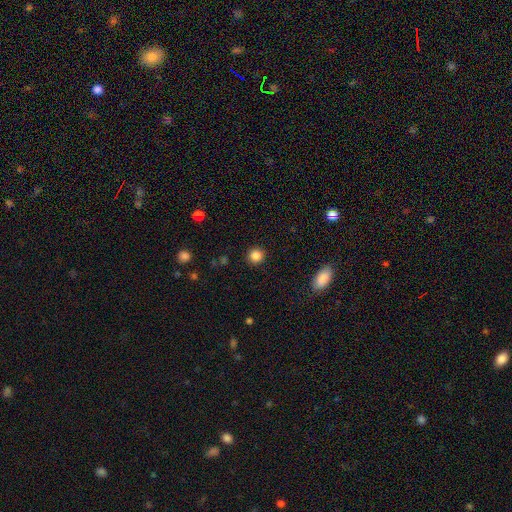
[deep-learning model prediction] The model was most divided on "smooth or featured": smooth: 86%, star or artifact: 11%, featured or disk: 4%. More confident: how rounded — round (93%); merging — none (91%).